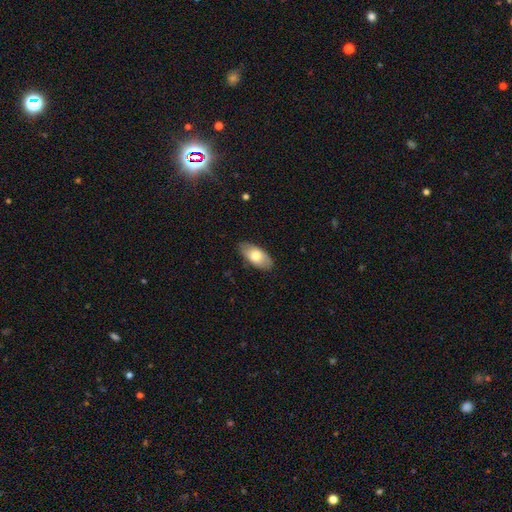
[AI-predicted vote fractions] Q: Smooth or featured?
A: smooth (72%); runner-up: featured or disk (22%)
Q: How rounded?
A: in between (91%); runner-up: cigar-shaped (6%)
Q: Merging?
A: none (85%); runner-up: minor disturbance (12%)